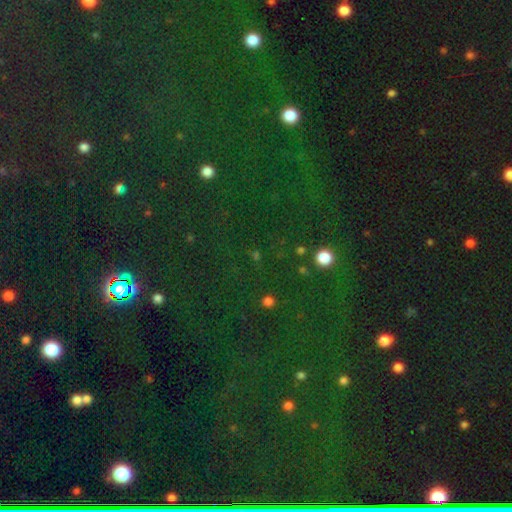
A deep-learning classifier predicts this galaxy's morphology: A star or artifact, not a galaxy (61%).

Vote fractions:
- Smooth or featured? star or artifact: 61% / smooth: 31% / featured or disk: 8%